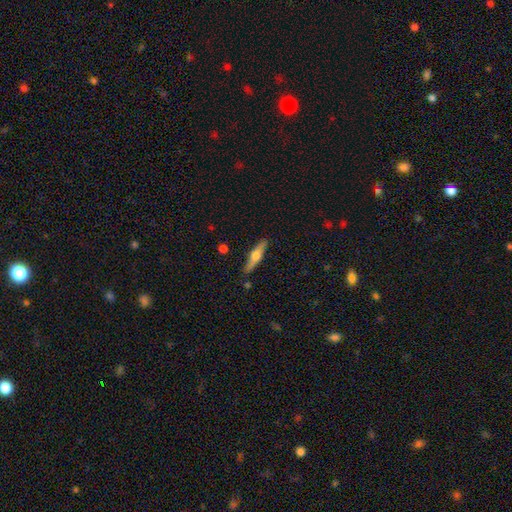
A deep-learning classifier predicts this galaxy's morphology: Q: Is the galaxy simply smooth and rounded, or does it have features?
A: featured or disk — 53%.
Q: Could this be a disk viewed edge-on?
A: yes — 93%.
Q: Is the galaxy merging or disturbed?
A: none — 86%.